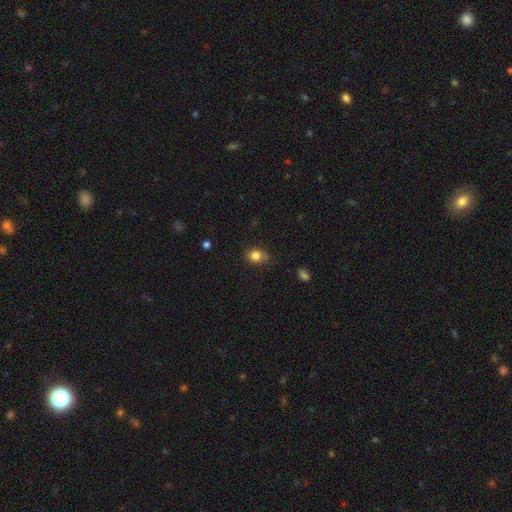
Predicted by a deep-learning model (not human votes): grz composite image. It shows a smooth galaxy with no disk features (83%) that is round (58%). Merging: none (66%).